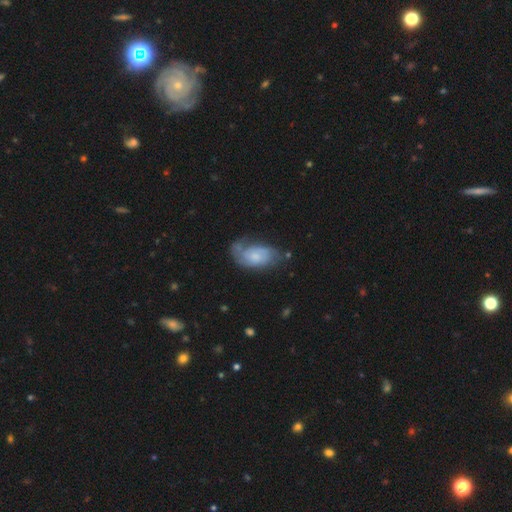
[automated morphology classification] smooth-or-featured: featured or disk: 63% | smooth: 30% | star or artifact: 7%
  disk-edge-on: no: 96% | yes: 4%
    bar: no: 69% | weak: 27% | strong: 4%
    has-spiral-arms: yes: 87% | no: 13%
      spiral-winding: medium: 40% | tight: 35% | loose: 25%
      spiral-arm-count: 2: 46% | 1: 26% | can't tell: 20% | 3: 4% | 4: 2% | more than 4: 2%
    bulge-size: small: 42% | moderate: 29% | none: 19% | large: 8% | dominant: 2%
  merging: none: 49% | minor disturbance: 28% | major disturbance: 20% | merger: 4%